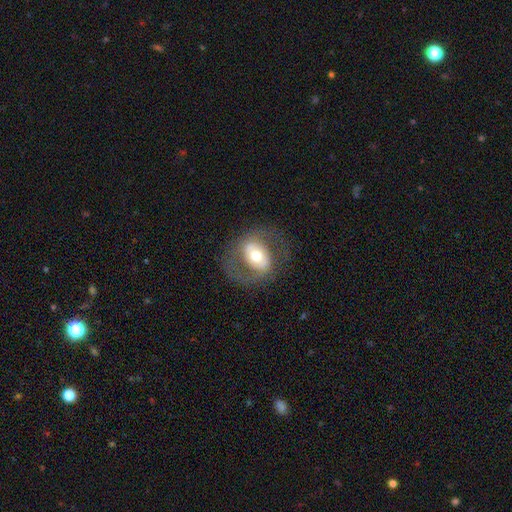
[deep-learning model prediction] A featured or disk galaxy (59%) with no bar (43%), no spiral arms (55%) and a moderate central bulge (65%). Merging: none (70%).